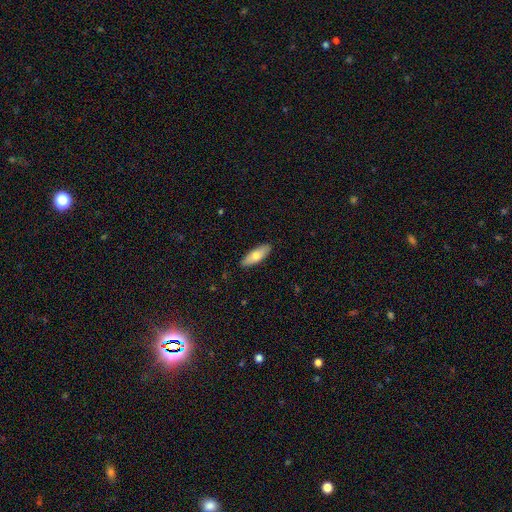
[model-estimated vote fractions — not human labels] Smooth or featured? Predicted: smooth (p=0.72). How rounded? Predicted: in between (p=0.66). Merging? Predicted: none (p=0.89).